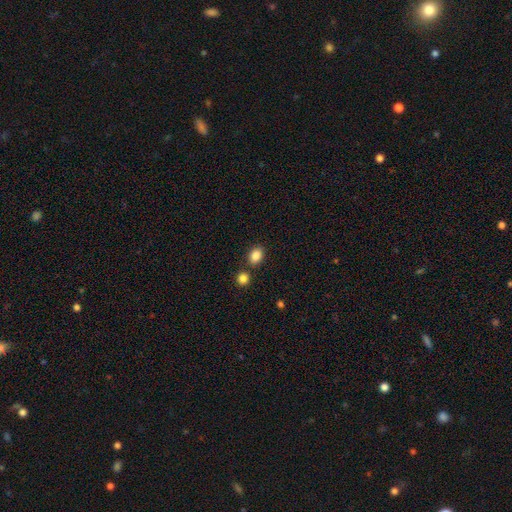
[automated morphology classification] The model was most divided on "how rounded": in between: 63%, round: 35%, cigar-shaped: 1%. More confident: smooth or featured — smooth (86%); merging — none (75%).